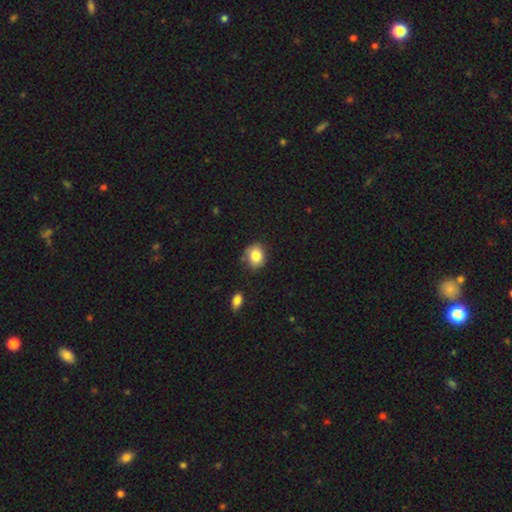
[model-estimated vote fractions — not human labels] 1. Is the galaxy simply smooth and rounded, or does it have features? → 83% smooth, 9% star or artifact, 8% featured or disk.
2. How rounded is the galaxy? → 63% round, 36% in between, 1% cigar-shaped.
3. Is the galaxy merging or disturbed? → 75% none, 18% minor disturbance, 4% merger, 3% major disturbance.